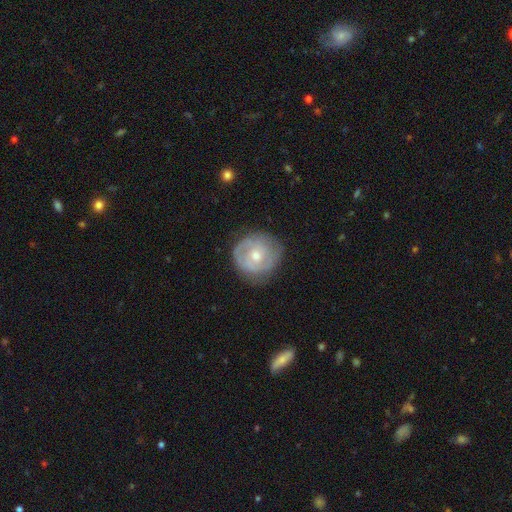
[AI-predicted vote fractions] smooth_or_featured: featured or disk (p=0.64) [alt: smooth p=0.30]
disk_edge_on: no (p=0.97) [alt: yes p=0.03]
bar: no (p=0.72) [alt: weak p=0.23]
has_spiral_arms: yes (p=0.70) [alt: no p=0.30]
bulge_size: moderate (p=0.55) [alt: small p=0.42]
merging: none (p=0.75) [alt: minor disturbance p=0.18]